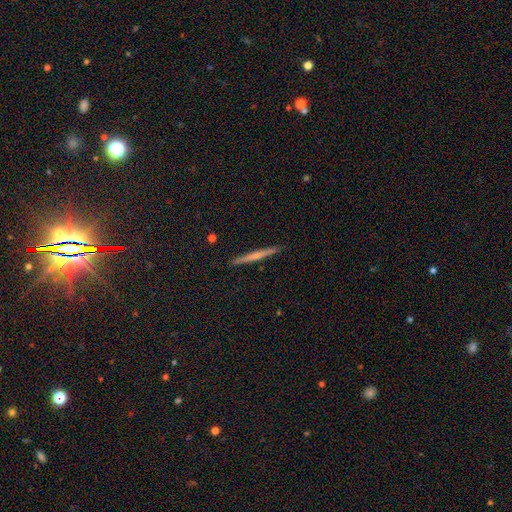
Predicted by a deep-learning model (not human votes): Morphology: type=featured or disk (49%); merging=none (92%).